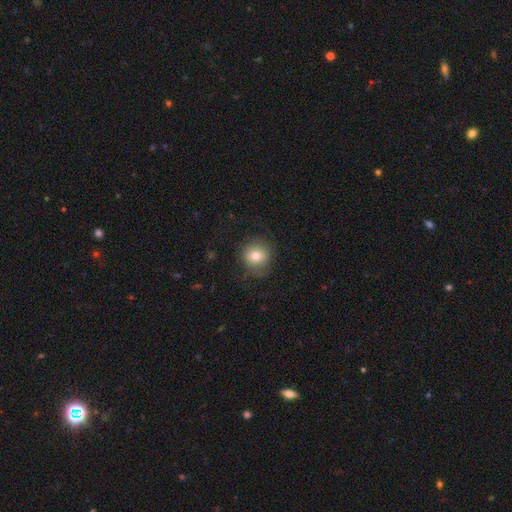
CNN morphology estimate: A smooth galaxy with no disk features (75%) that is round (89%). Merging: none (78%).